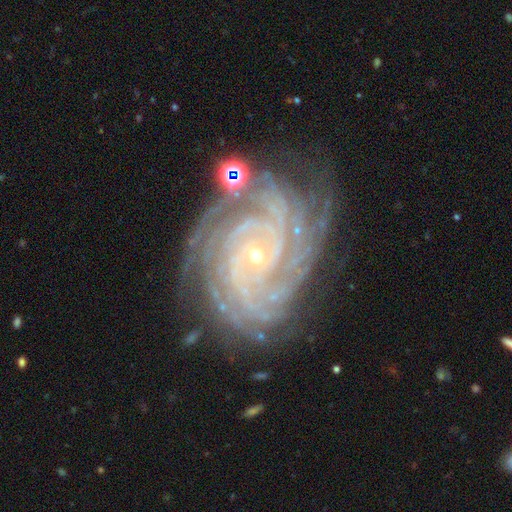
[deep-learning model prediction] The model was most divided on "spiral arm count": 4: 26%, more than 4: 25%, 3: 15%, can't tell: 14%, 2: 11%, 1: 8%. More confident: spiral arms — yes (99%); edge-on disk — no (98%); smooth or featured — featured or disk (92%); spiral winding — tight (84%); bulge size — small (83%); merging — none (74%); bar — no (67%).